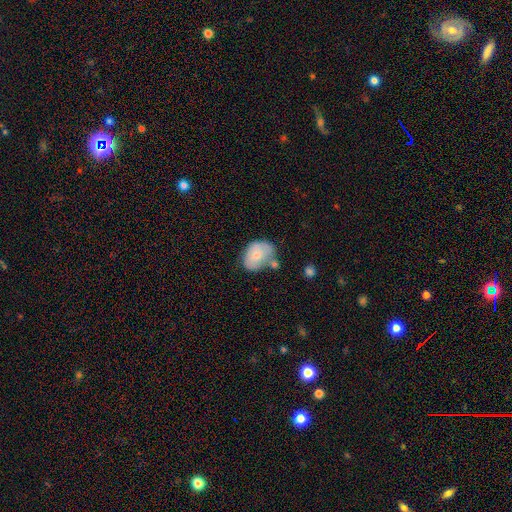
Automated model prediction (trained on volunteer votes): Q: Smooth or featured?
A: smooth (66%); runner-up: featured or disk (28%)
Q: How rounded?
A: in between (74%); runner-up: round (25%)
Q: Merging?
A: none (44%); runner-up: minor disturbance (30%)